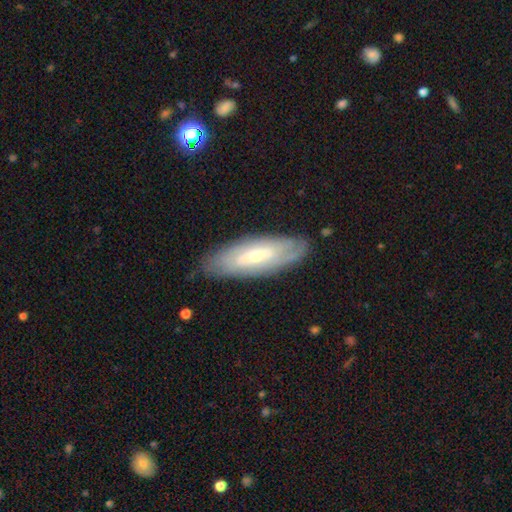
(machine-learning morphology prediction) Overall: featured or disk (62%; smooth 32%). Edge-on disk: no (78%). Merging: none (81%).